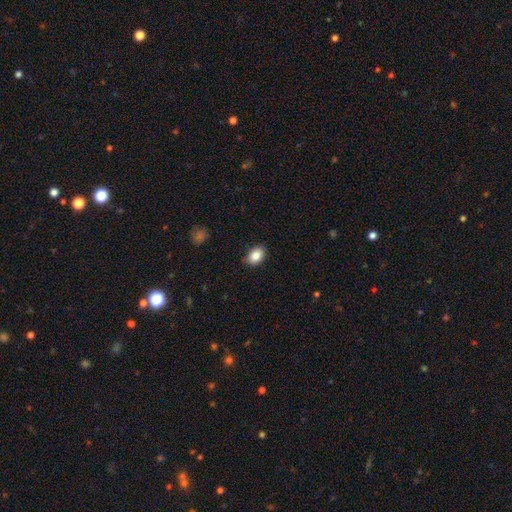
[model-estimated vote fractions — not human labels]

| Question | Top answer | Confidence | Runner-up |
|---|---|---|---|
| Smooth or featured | smooth | 87% | star or artifact (8%) |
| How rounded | in between | 80% | round (19%) |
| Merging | none | 84% | minor disturbance (13%) |